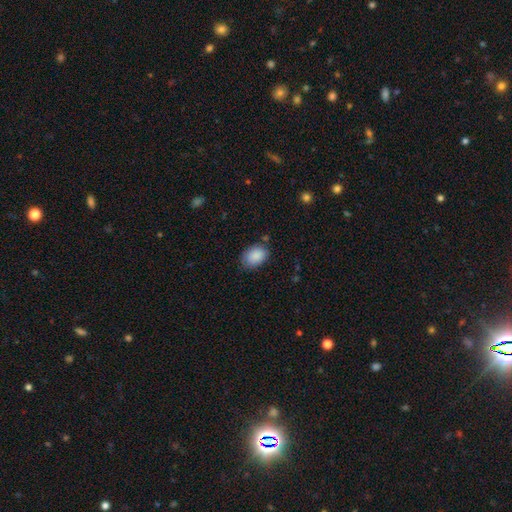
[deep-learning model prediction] Smooth or featured? smooth (89%)
How rounded? in between (82%)
Merging? none (75%)